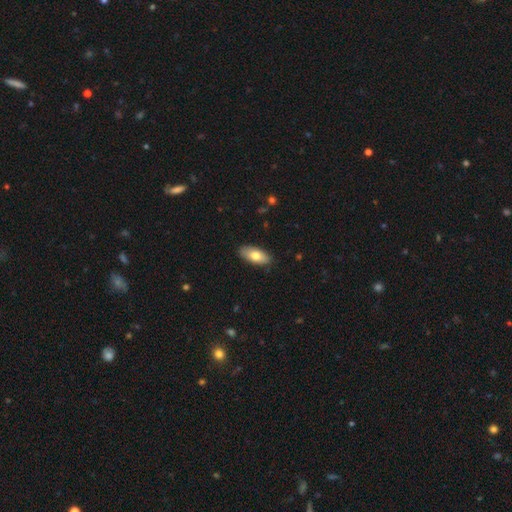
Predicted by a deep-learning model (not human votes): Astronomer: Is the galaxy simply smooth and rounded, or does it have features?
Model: smooth — 75%.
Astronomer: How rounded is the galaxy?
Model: in between — 88%.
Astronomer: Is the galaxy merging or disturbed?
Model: none — 88%.